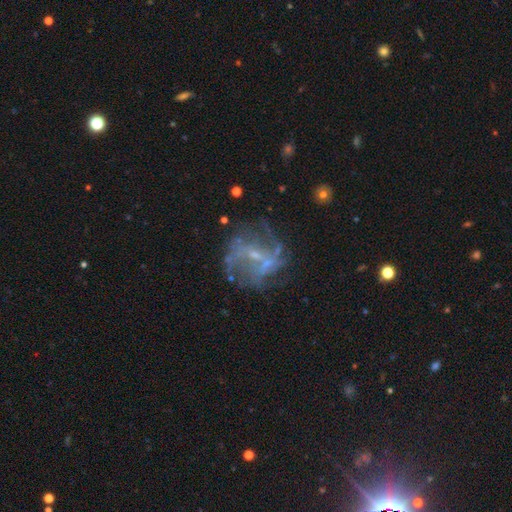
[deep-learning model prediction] smooth-or-featured: featured or disk: 71% | star or artifact: 16% | smooth: 13%
  disk-edge-on: no: 96% | yes: 4%
    bar: no: 43% | weak: 41% | strong: 16%
    has-spiral-arms: yes: 68% | no: 32%
    bulge-size: small: 69% | moderate: 16% | none: 14% | large: 1% | dominant: 1%
  merging: none: 61% | major disturbance: 18% | minor disturbance: 16% | merger: 5%